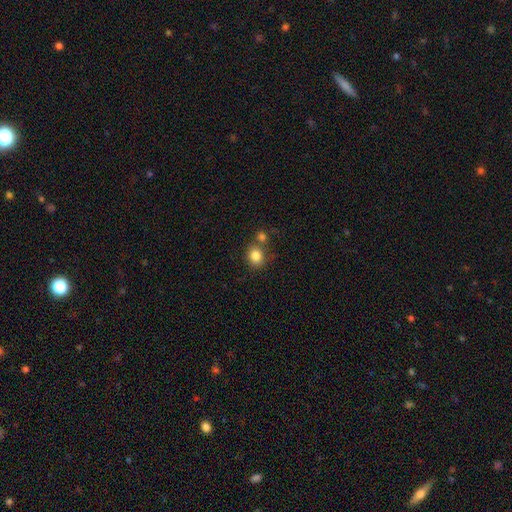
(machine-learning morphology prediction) smooth 83%, star or artifact 11%, featured or disk 6%. Down the decision tree: how rounded — round (76%); merging — none (62%).